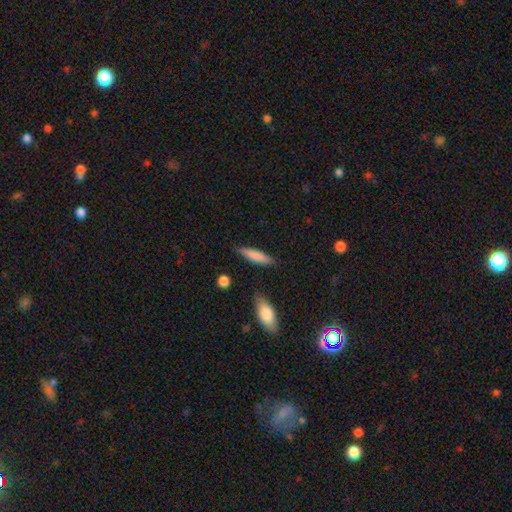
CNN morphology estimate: smooth_or_featured: smooth (p=0.79) [alt: featured or disk p=0.15]
how_rounded: cigar-shaped (p=0.77) [alt: in between p=0.21]
merging: none (p=0.84) [alt: minor disturbance p=0.11]